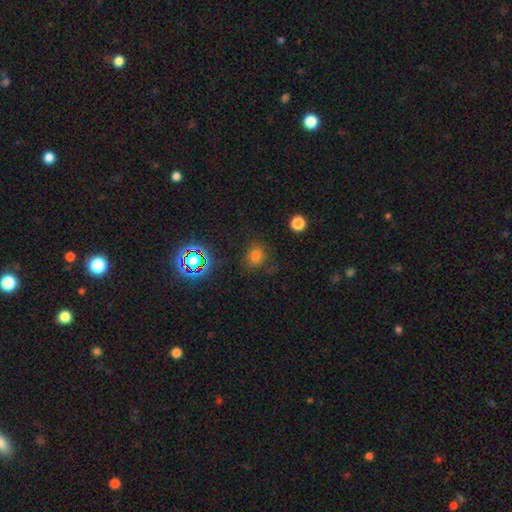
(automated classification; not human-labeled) Smooth or featured? Predicted: smooth (p=0.68). How rounded? Predicted: round (p=0.75). Merging? Predicted: none (p=0.73).